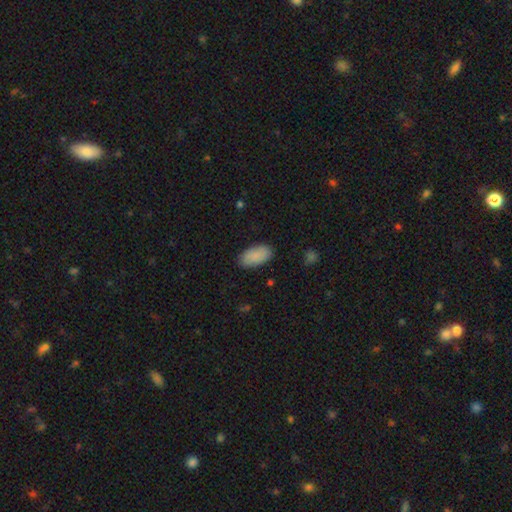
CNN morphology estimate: This appears to be a smooth galaxy with no disk features (88%) that is in between round and cigar-shaped (95%). Merging: none (87%).